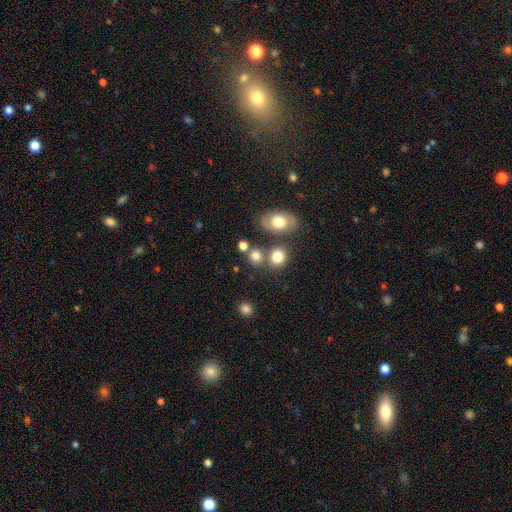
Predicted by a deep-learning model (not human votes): This appears to be a smooth galaxy with no disk features (78%) that is round (72%). Merging: none (63%).